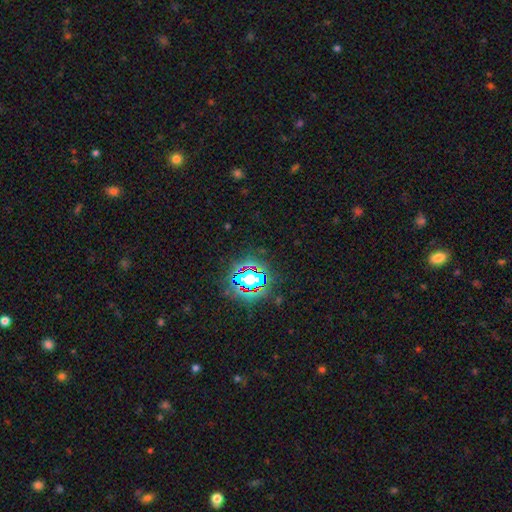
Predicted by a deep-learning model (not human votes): star or artifact 80%, smooth 13%, featured or disk 7%.